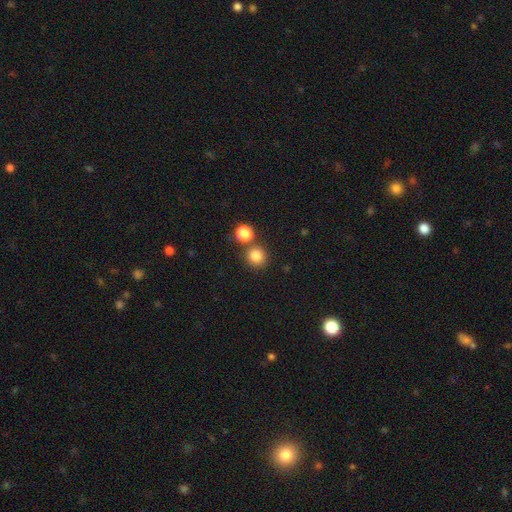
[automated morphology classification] smooth-or-featured: smooth: 83% | star or artifact: 12% | featured or disk: 5%
  how-rounded: round: 91% | in between: 8% | cigar-shaped: 1%
  merging: none: 71% | merger: 19% | minor disturbance: 7% | major disturbance: 3%